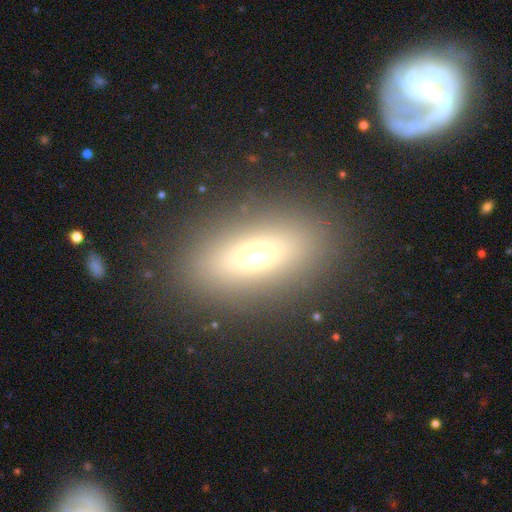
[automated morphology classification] smooth 62%, featured or disk 24%, star or artifact 14%. Down the decision tree: how rounded — in between (74%); merging — none (86%).